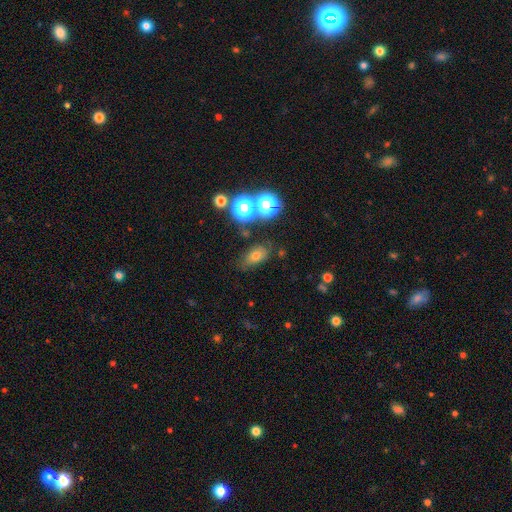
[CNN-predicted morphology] A smooth galaxy with no disk features (64%) that is in between round and cigar-shaped (76%).

Vote fractions:
- Smooth or featured? smooth: 64% / star or artifact: 21% / featured or disk: 15%
- How rounded? in between: 76% / round: 19% / cigar-shaped: 4%
- Merging? none: 69% / minor disturbance: 18% / merger: 7% / major disturbance: 7%